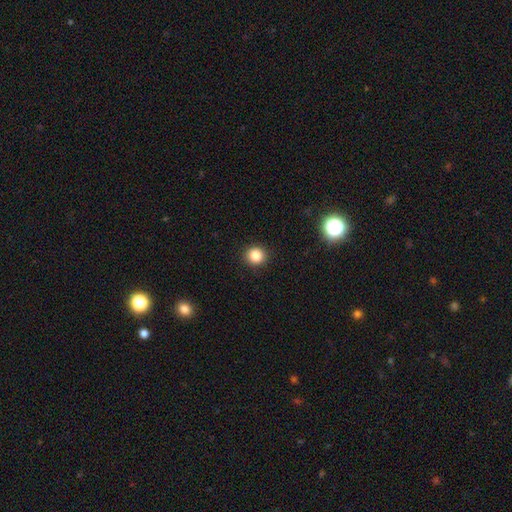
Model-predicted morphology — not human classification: Smooth or featured?
  - smooth: 84% *
  - star or artifact: 11%
  - featured or disk: 4%
How rounded?
  - round: 89% *
  - in between: 10%
  - cigar-shaped: 1%
Merging?
  - none: 91% *
  - minor disturbance: 6%
  - major disturbance: 2%
  - merger: 1%